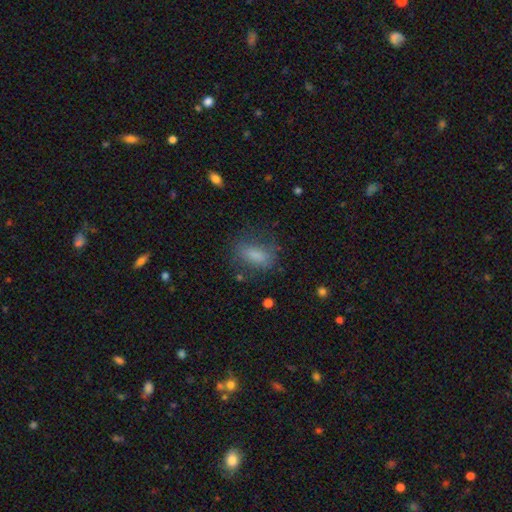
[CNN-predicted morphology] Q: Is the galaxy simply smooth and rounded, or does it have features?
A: smooth — 78%.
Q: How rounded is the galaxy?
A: in between — 80%.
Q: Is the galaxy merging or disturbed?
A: none — 66%.